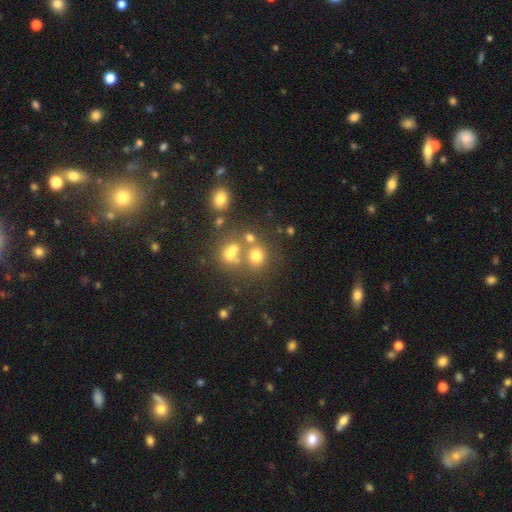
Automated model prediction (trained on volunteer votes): This appears to be a smooth galaxy with no disk features (64%) that is round (80%). Merging: none (55%).